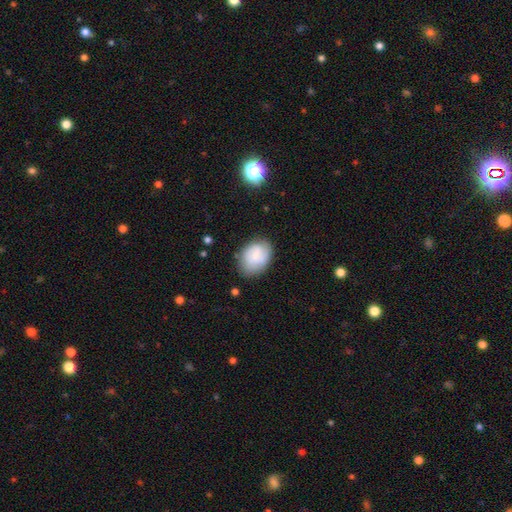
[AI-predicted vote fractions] Smooth or featured? smooth (64%)
How rounded? in between (73%)
Merging? none (72%)